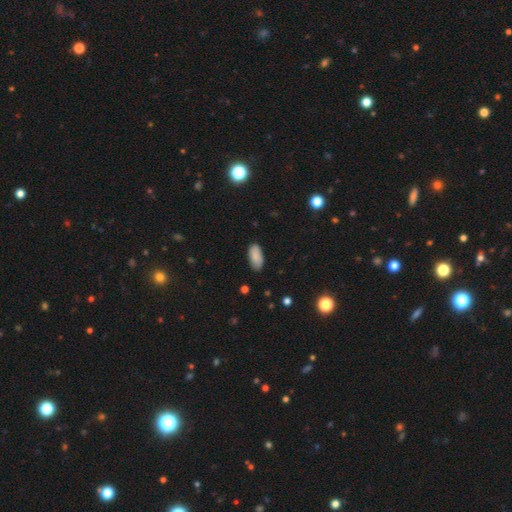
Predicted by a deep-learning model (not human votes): Smooth or featured?
  - smooth: 86% *
  - star or artifact: 7%
  - featured or disk: 7%
How rounded?
  - in between: 91% *
  - cigar-shaped: 7%
  - round: 2%
Merging?
  - none: 81% *
  - minor disturbance: 15%
  - major disturbance: 3%
  - merger: 1%